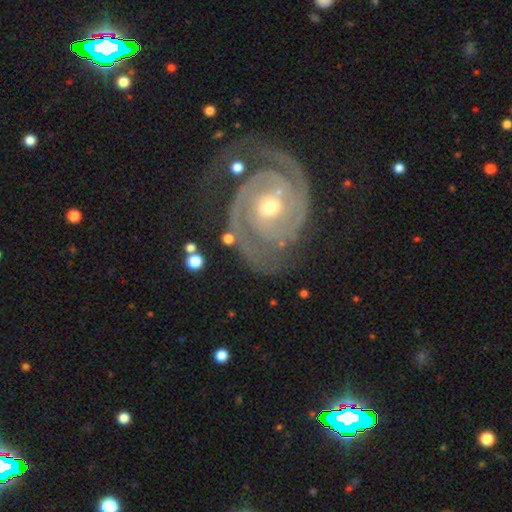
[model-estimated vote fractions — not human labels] Q: Smooth or featured?
A: featured or disk (92%); runner-up: star or artifact (5%)
Q: Edge-on disk?
A: no (97%); runner-up: yes (3%)
Q: Bar?
A: no (55%); runner-up: weak (31%)
Q: Spiral arms?
A: yes (98%); runner-up: no (2%)
Q: Spiral winding?
A: tight (73%); runner-up: medium (24%)
Q: Spiral arm count?
A: 2 (63%); runner-up: 3 (16%)
Q: Bulge size?
A: moderate (52%); runner-up: small (44%)
Q: Merging?
A: none (70%); runner-up: minor disturbance (18%)